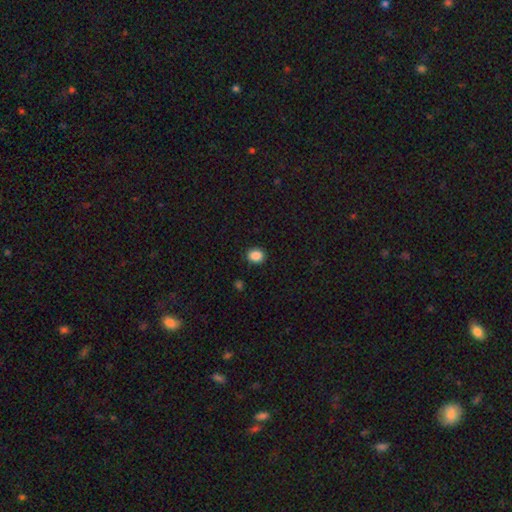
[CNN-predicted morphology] This appears to be a smooth galaxy with no disk features (88%) that is round (62%). Merging: none (90%).